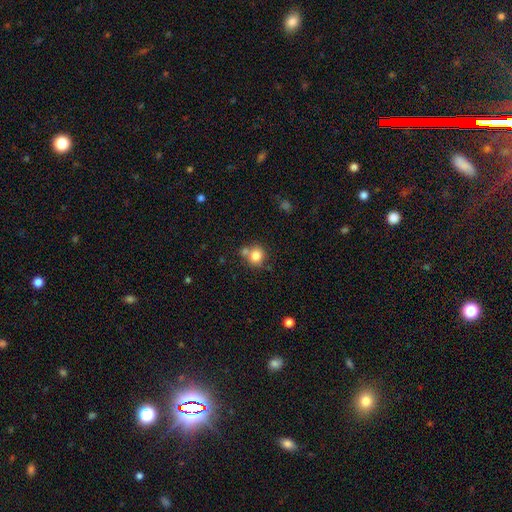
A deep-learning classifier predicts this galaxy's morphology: Smooth or featured: smooth — 81% (star or artifact — 10%)
How rounded: round — 86% (in between — 13%)
Merging: none — 59% (merger — 27%)